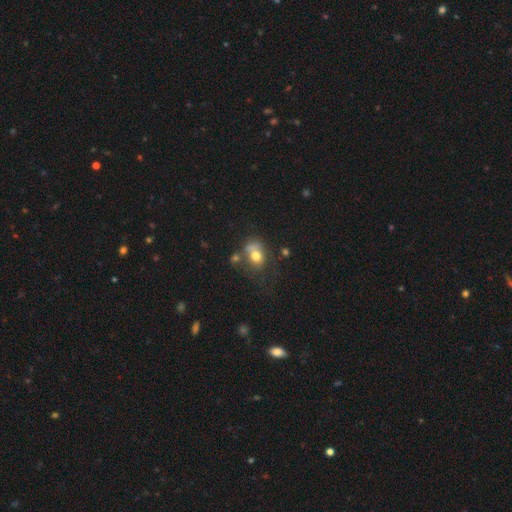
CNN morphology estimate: smooth-or-featured: smooth: 69% | featured or disk: 20% | star or artifact: 11%
  how-rounded: in between: 52% | round: 47% | cigar-shaped: 1%
  merging: none: 33% | merger: 26% | minor disturbance: 22% | major disturbance: 19%